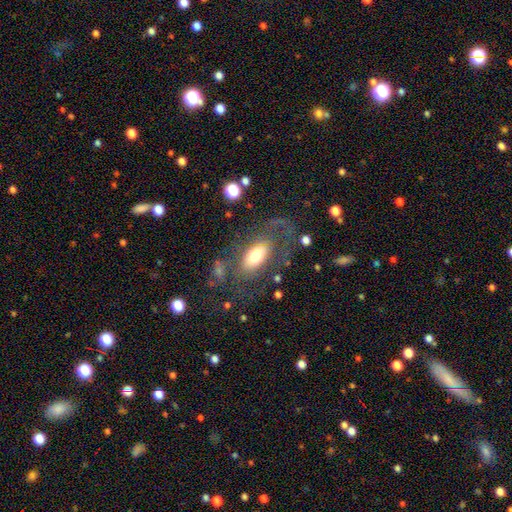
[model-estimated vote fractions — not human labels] This appears to be a featured or disk galaxy (47%). Merging: none (51%).